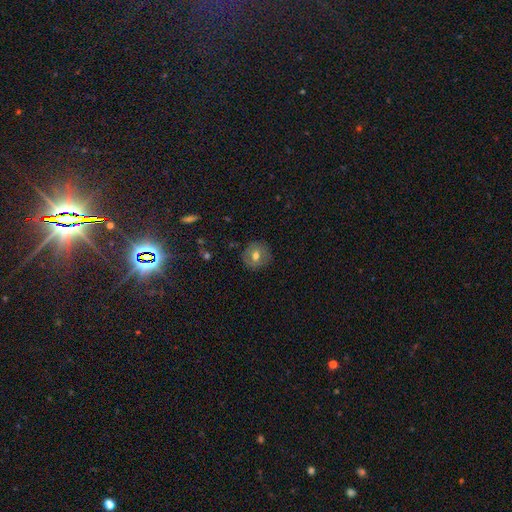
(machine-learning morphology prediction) A smooth galaxy with no disk features (62%) that is round (88%).

Vote fractions:
- Smooth or featured? smooth: 62% / featured or disk: 28% / star or artifact: 9%
- How rounded? round: 88% / in between: 10% / cigar-shaped: 1%
- Merging? none: 87% / minor disturbance: 9% / major disturbance: 3% / merger: 1%